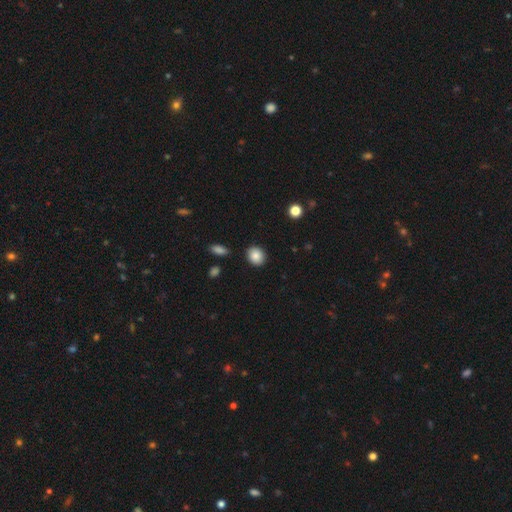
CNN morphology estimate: This appears to be a smooth galaxy with no disk features (87%) that is round (72%). Merging: none (88%).